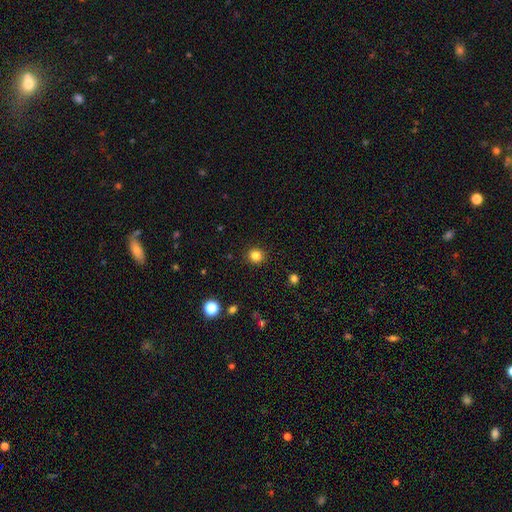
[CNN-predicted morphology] Smooth or featured?
  - smooth: 83% *
  - star or artifact: 13%
  - featured or disk: 5%
How rounded?
  - round: 92% *
  - in between: 7%
  - cigar-shaped: 1%
Merging?
  - none: 92% *
  - minor disturbance: 5%
  - major disturbance: 2%
  - merger: 1%